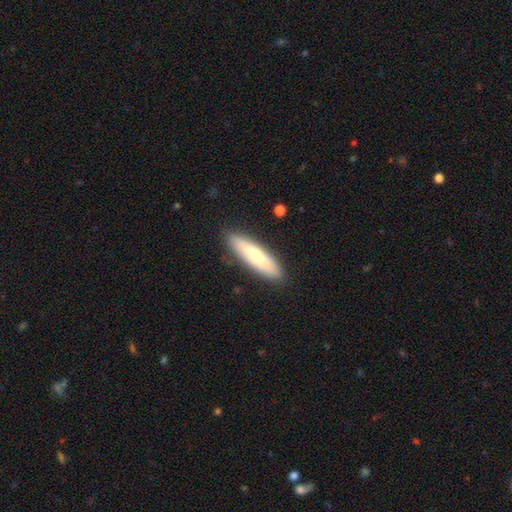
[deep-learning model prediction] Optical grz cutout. It shows a smooth galaxy with no disk features (65%) that is cigar-shaped (63%). Merging: none (88%).